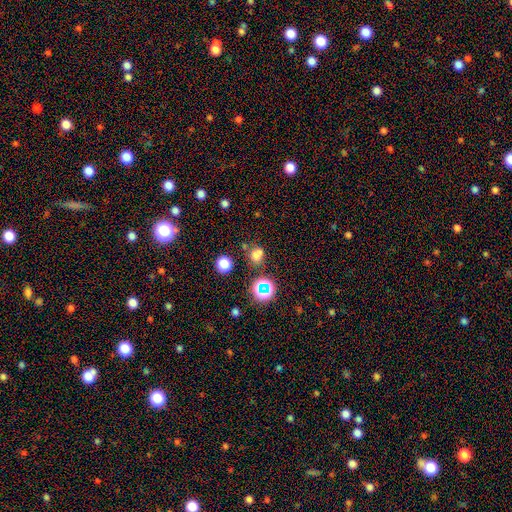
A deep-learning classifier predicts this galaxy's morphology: The model was most divided on "how rounded": round: 64%, in between: 35%, cigar-shaped: 1%. More confident: smooth or featured — smooth (62%); merging — none (61%).